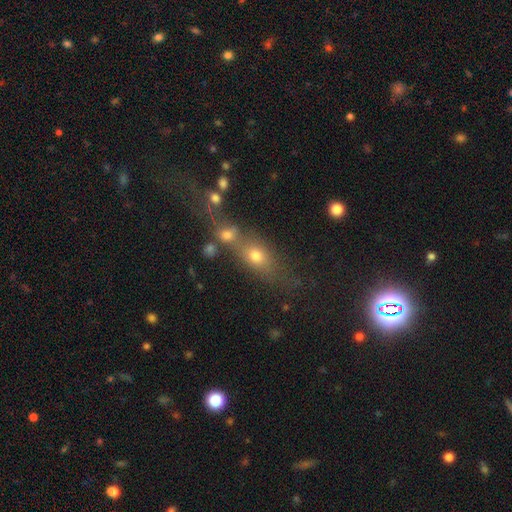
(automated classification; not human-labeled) Smooth or featured: smooth — 66% (featured or disk — 18%)
How rounded: in between — 59% (round — 31%)
Merging: merger — 43% (none — 38%)